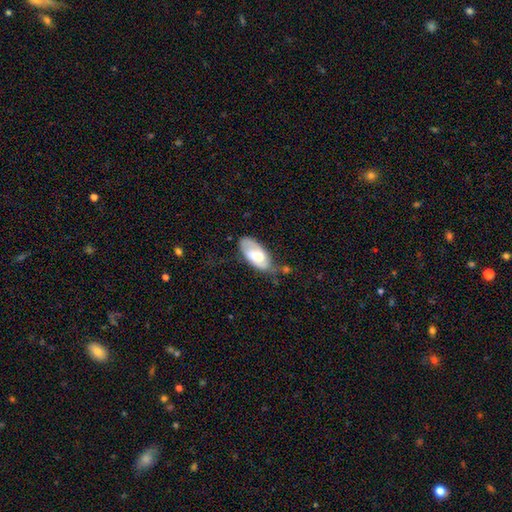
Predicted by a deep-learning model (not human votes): The model was most divided on "smooth or featured": smooth: 54%, featured or disk: 40%, star or artifact: 6%. More confident: how rounded — in between (92%); merging — none (51%).